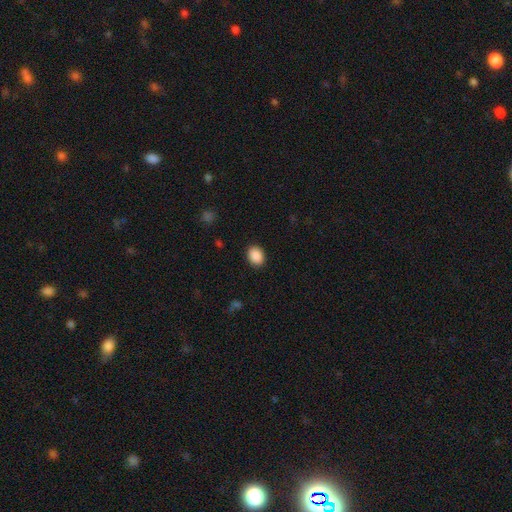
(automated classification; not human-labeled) A smooth galaxy with no disk features (90%) that is in between round and cigar-shaped (61%). Merging: none (90%).